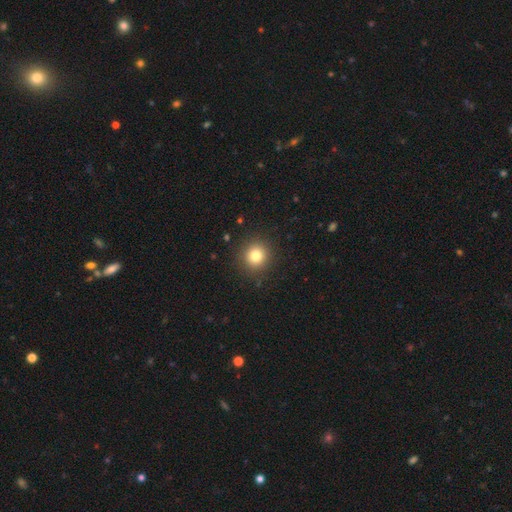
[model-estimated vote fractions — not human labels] smooth 81%, star or artifact 12%, featured or disk 7%. Down the decision tree: how rounded — round (92%); merging — none (90%).